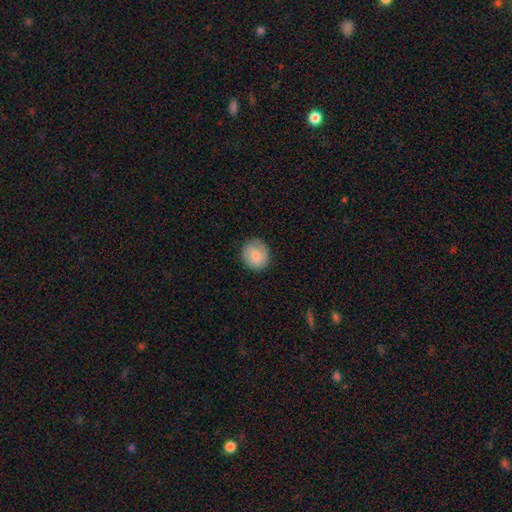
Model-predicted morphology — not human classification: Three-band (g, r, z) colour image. It shows a smooth galaxy with no disk features (77%) that is round (83%). Merging: none (83%).